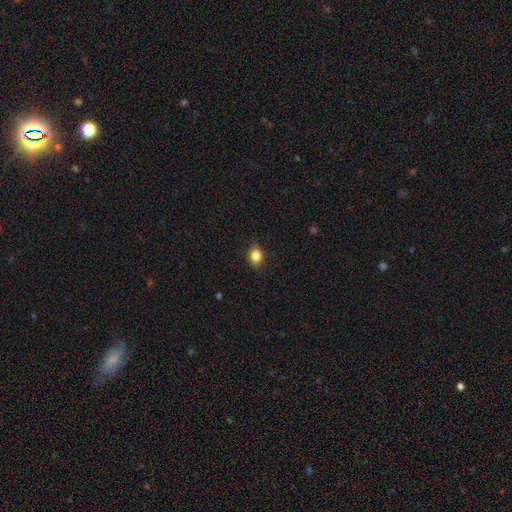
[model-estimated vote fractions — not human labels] Smooth or featured? Predicted: smooth (p=0.85). How rounded? Predicted: in between (p=0.65). Merging? Predicted: none (p=0.86).